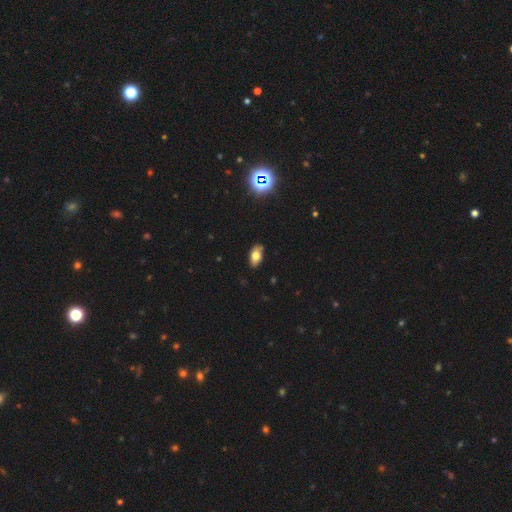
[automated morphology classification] type=smooth (75%); roundness=in between (92%); merging=none (83%).